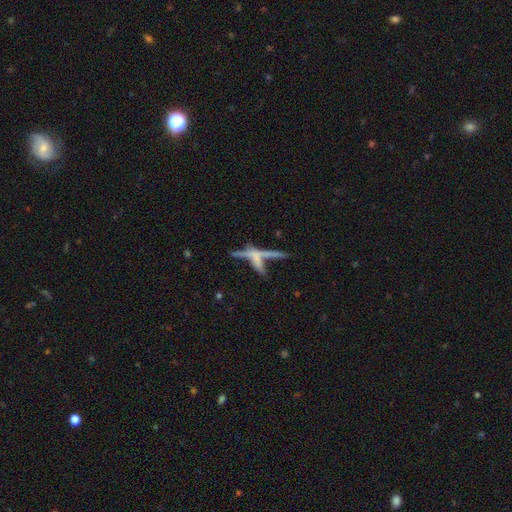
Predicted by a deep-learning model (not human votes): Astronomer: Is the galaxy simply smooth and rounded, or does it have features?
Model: featured or disk — 53% (runner-up: smooth, 31%).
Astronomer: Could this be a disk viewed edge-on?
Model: yes — 77%.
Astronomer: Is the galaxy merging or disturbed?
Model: none — 39% (runner-up: merger, 38%).